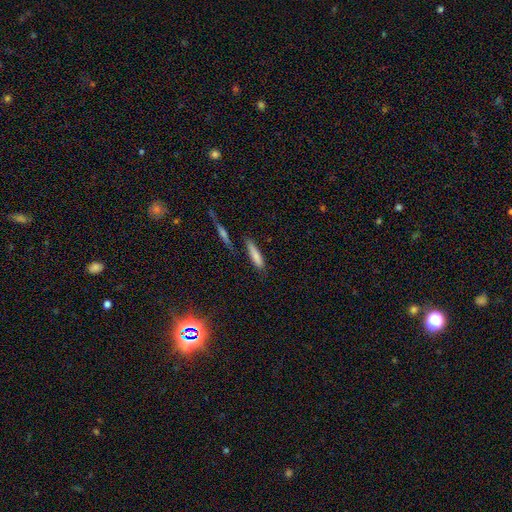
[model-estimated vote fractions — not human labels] Q: Smooth or featured?
A: smooth (79%); runner-up: featured or disk (14%)
Q: How rounded?
A: cigar-shaped (78%); runner-up: in between (20%)
Q: Merging?
A: none (69%); runner-up: minor disturbance (16%)